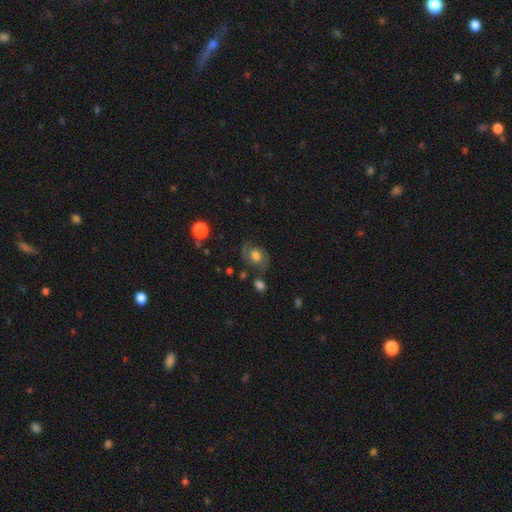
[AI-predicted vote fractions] Overall: featured or disk (46%; smooth 44%). Merging: none (66%).